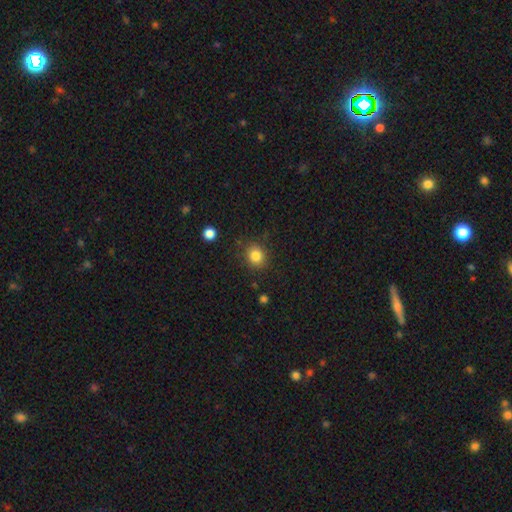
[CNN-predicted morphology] Smooth or featured?
  - smooth: 84% *
  - star or artifact: 11%
  - featured or disk: 5%
How rounded?
  - round: 73% *
  - in between: 26%
  - cigar-shaped: 1%
Merging?
  - none: 84% *
  - minor disturbance: 11%
  - major disturbance: 3%
  - merger: 2%